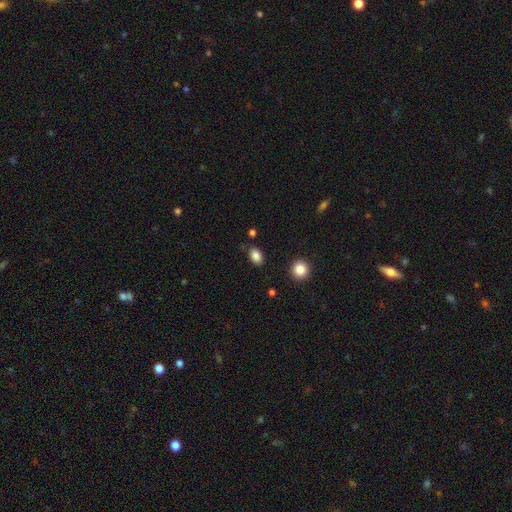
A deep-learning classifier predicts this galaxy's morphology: Smooth or featured: smooth — 86% (star or artifact — 10%)
How rounded: in between — 77% (round — 22%)
Merging: none — 82% (minor disturbance — 12%)